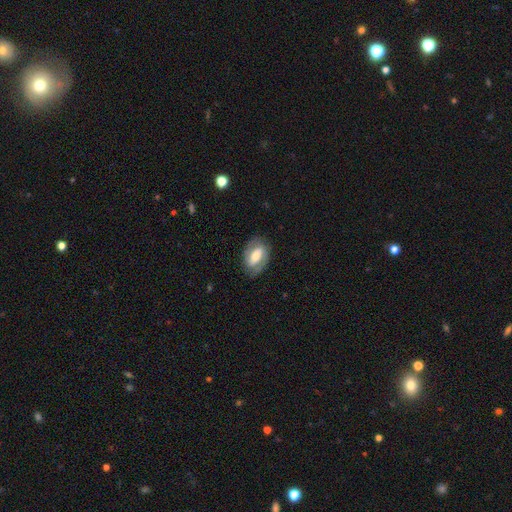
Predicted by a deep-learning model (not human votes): Smooth or featured?
  - featured or disk: 65% *
  - smooth: 29%
  - star or artifact: 6%
Edge-on disk?
  - no: 95% *
  - yes: 5%
Bar?
  - strong: 40% *
  - weak: 36%
  - no: 24%
Spiral arms?
  - yes: 78% *
  - no: 22%
Bulge size?
  - moderate: 52% *
  - small: 27%
  - large: 16%
  - none: 3%
  - dominant: 2%
Merging?
  - none: 79% *
  - minor disturbance: 14%
  - major disturbance: 6%
  - merger: 1%